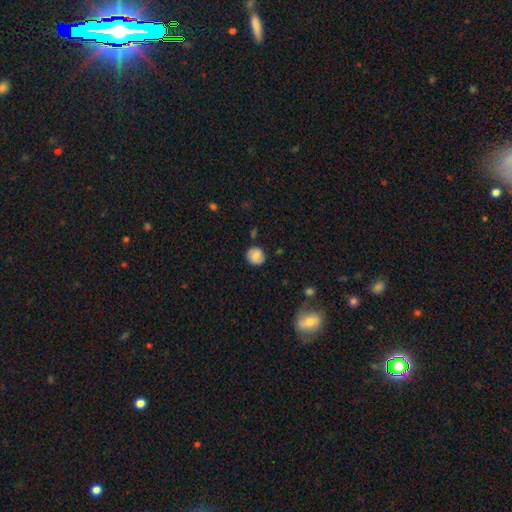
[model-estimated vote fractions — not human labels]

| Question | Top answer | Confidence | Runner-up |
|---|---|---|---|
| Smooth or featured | smooth | 77% | featured or disk (15%) |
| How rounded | round | 84% | in between (15%) |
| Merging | none | 80% | minor disturbance (14%) |